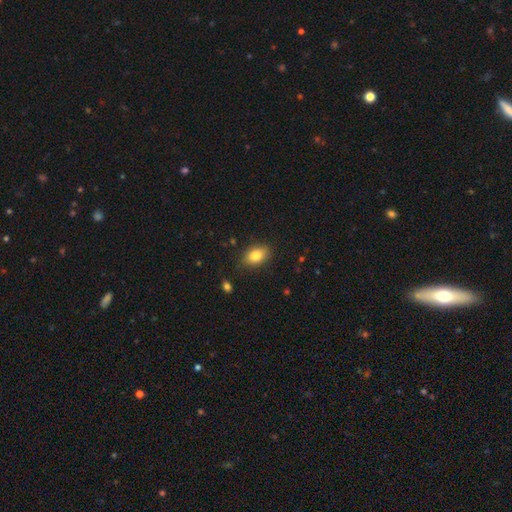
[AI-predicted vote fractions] Morphology: type=smooth (81%); roundness=in between (84%); merging=none (84%).